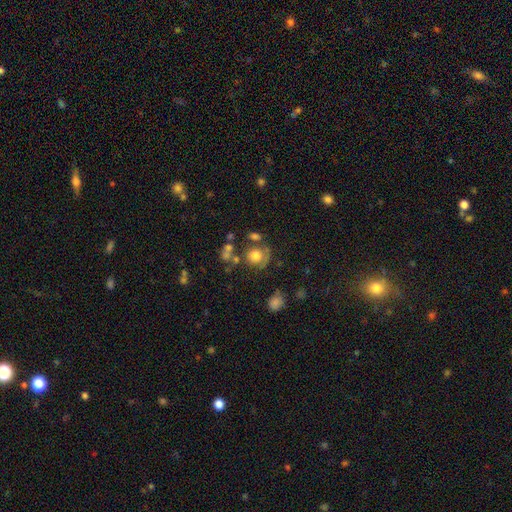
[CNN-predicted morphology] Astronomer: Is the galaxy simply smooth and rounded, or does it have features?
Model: smooth — 69%.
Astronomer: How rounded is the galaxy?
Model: round — 80%.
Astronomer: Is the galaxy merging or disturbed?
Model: none — 52%.